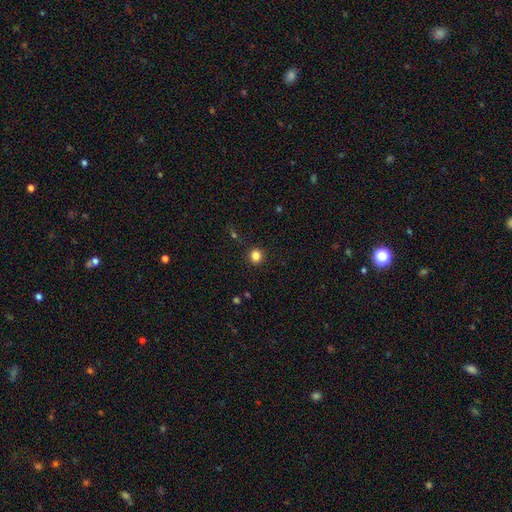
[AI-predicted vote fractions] Q: Smooth or featured?
A: smooth (83%); runner-up: star or artifact (12%)
Q: How rounded?
A: round (86%); runner-up: in between (13%)
Q: Merging?
A: none (91%); runner-up: minor disturbance (6%)